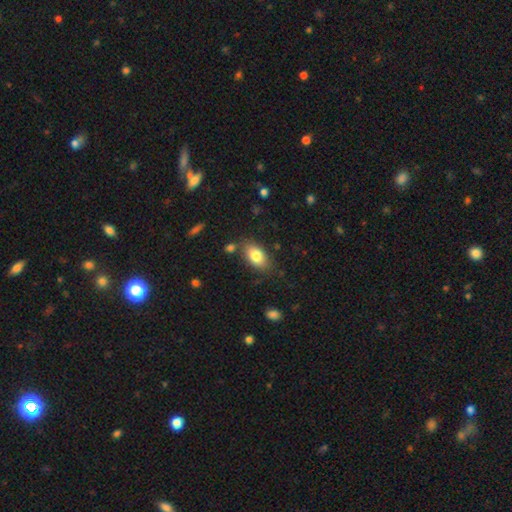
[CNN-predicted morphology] Overall: smooth (81%). How rounded: in between (90%). Merging: none (77%).